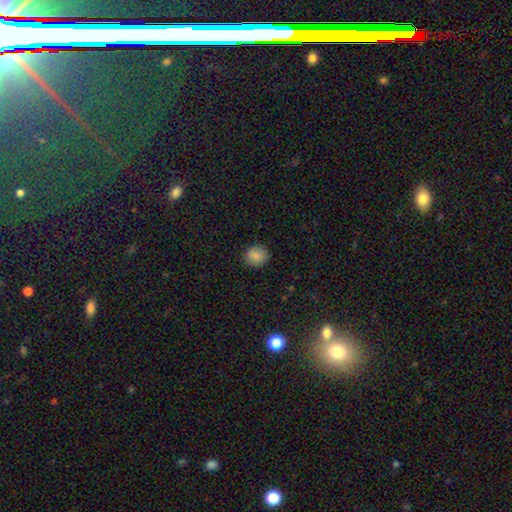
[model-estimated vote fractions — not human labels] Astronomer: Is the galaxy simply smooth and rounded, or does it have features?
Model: smooth — 87%.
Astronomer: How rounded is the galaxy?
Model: round — 79%.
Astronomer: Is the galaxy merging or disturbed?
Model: none — 89%.